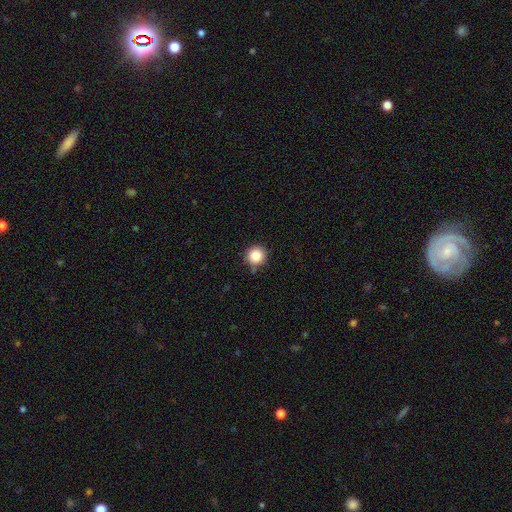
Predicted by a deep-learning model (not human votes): This is clearly a smooth galaxy (85%). How rounded: clearly round (95%). Merging: clearly none (85%).